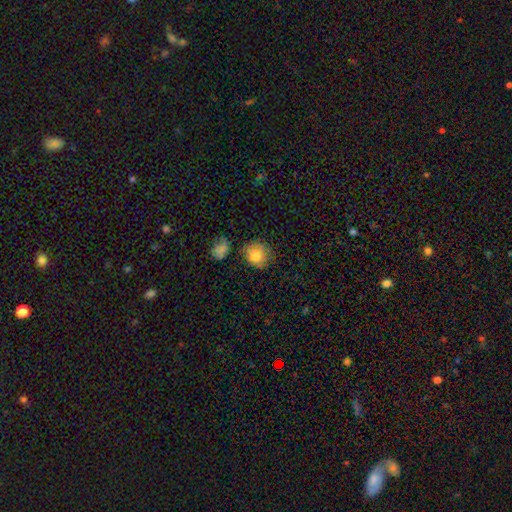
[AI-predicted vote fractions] Smooth or featured: smooth — 81% (featured or disk — 10%)
How rounded: round — 81% (in between — 18%)
Merging: none — 69% (minor disturbance — 19%)